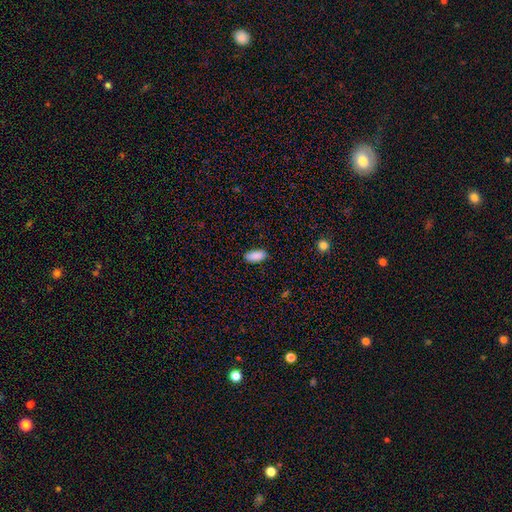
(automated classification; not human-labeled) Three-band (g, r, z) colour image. It shows a smooth galaxy with no disk features (90%) that is in between round and cigar-shaped (92%). Merging: none (87%).